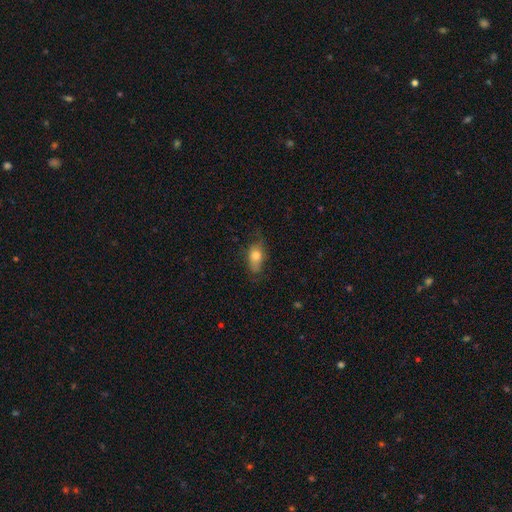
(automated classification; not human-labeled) smooth 71%, featured or disk 20%, star or artifact 9%. Down the decision tree: how rounded — in between (82%); merging — none (58%).